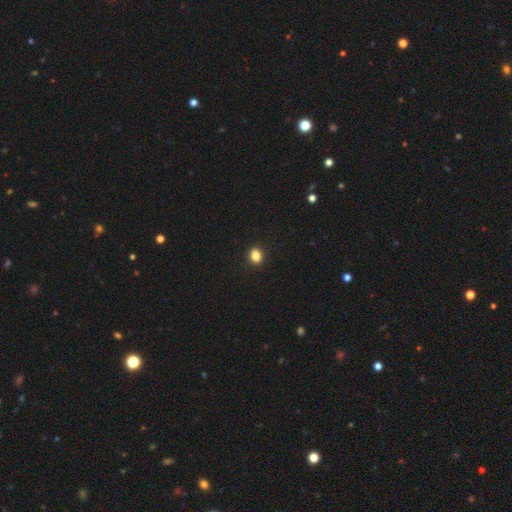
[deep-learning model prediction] A smooth galaxy with no disk features (85%) that is in between round and cigar-shaped (51%). Merging: none (91%).